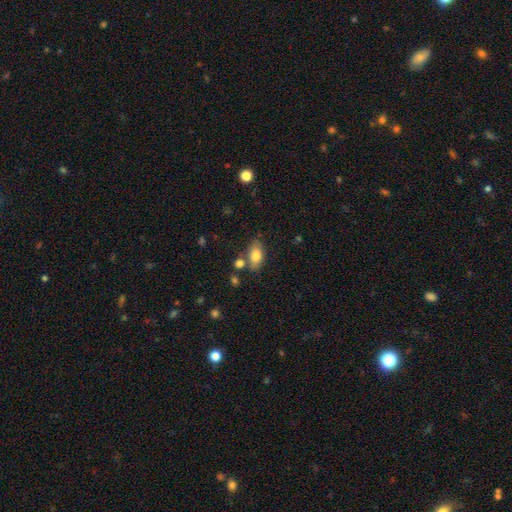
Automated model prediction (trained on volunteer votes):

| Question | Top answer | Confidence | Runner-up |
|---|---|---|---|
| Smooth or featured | smooth | 80% | featured or disk (12%) |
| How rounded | in between | 89% | cigar-shaped (5%) |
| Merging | none | 71% | minor disturbance (14%) |